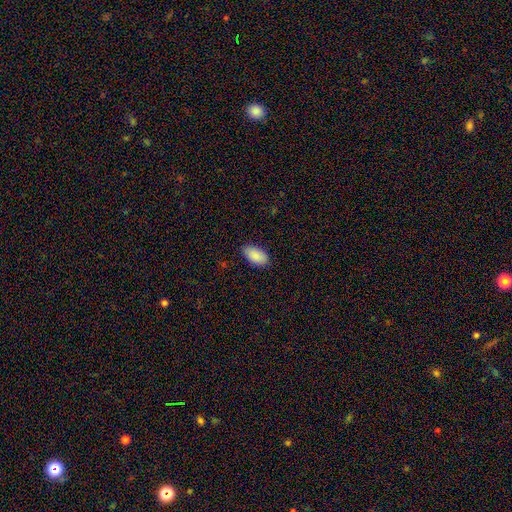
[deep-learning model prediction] Smooth or featured? Predicted: smooth (p=0.89). How rounded? Predicted: in between (p=0.95). Merging? Predicted: none (p=0.86).